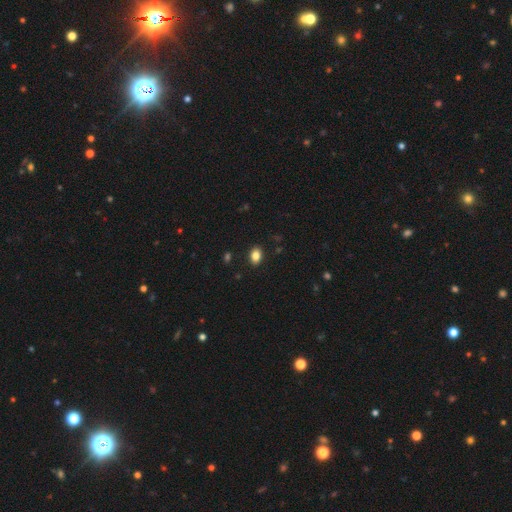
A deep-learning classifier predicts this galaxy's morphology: Smooth or featured?
  - smooth: 85% *
  - star or artifact: 10%
  - featured or disk: 5%
How rounded?
  - in between: 77% *
  - round: 22%
  - cigar-shaped: 1%
Merging?
  - none: 89% *
  - minor disturbance: 8%
  - major disturbance: 2%
  - merger: 1%